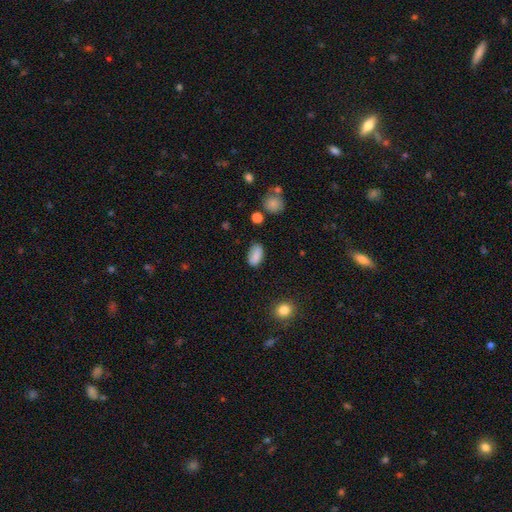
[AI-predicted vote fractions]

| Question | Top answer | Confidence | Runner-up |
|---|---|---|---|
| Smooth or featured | smooth | 86% | star or artifact (9%) |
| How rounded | in between | 92% | round (6%) |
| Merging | none | 78% | minor disturbance (16%) |